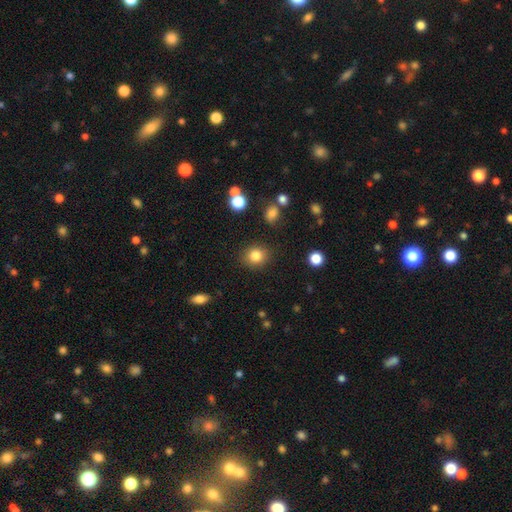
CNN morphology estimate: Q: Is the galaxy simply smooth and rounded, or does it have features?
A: smooth — 82%.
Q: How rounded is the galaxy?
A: round — 78%.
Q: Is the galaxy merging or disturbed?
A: none — 87%.